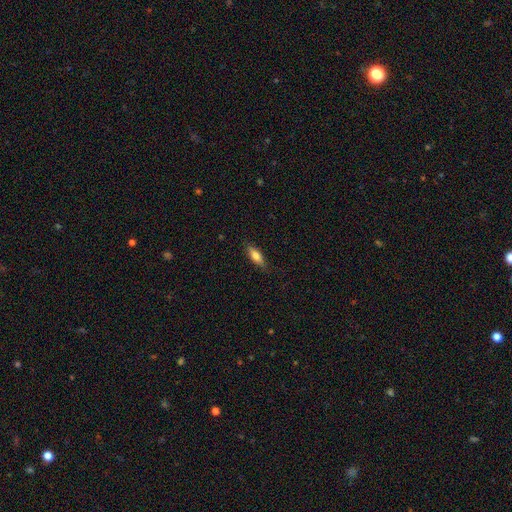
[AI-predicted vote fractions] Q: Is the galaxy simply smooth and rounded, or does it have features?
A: smooth — 73%.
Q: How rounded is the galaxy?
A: in between — 56%.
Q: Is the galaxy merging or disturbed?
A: none — 83%.